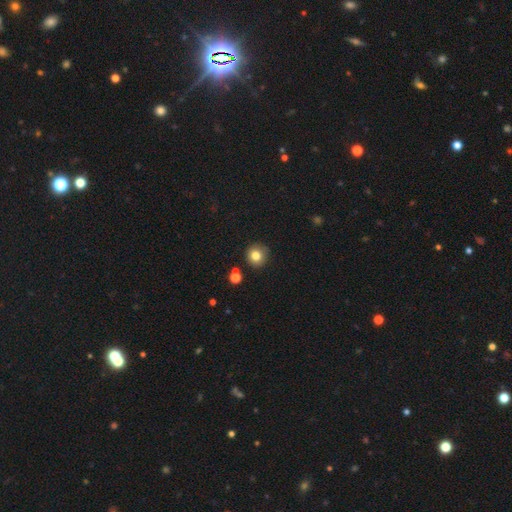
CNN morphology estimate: This appears to be a smooth galaxy with no disk features (80%) that is round (92%). Merging: none (85%).